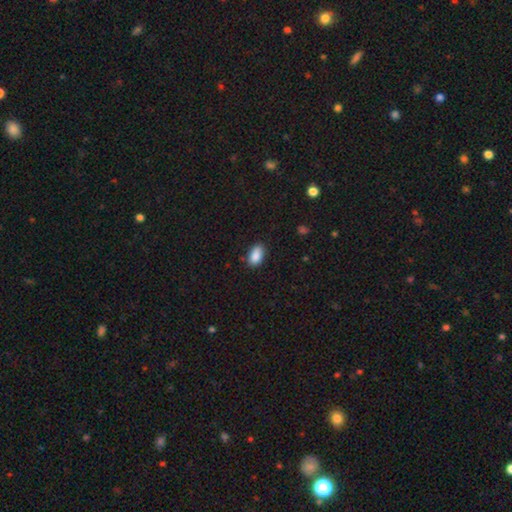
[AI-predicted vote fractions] Overall: smooth (89%). How rounded: in between (92%). Merging: none (81%).